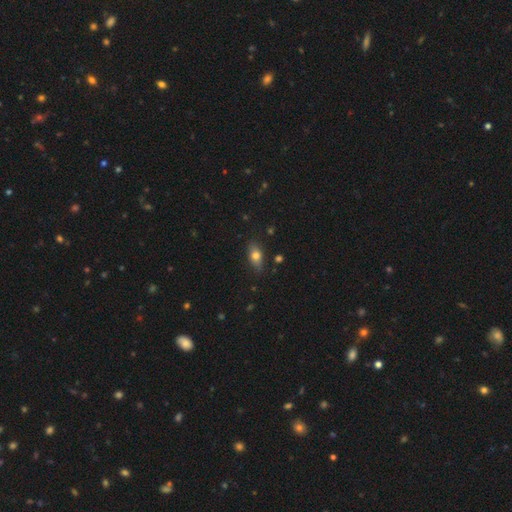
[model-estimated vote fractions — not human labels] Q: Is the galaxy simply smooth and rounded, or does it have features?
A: smooth — 69%.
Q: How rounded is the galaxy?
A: in between — 78%.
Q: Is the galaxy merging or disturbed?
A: none — 83%.